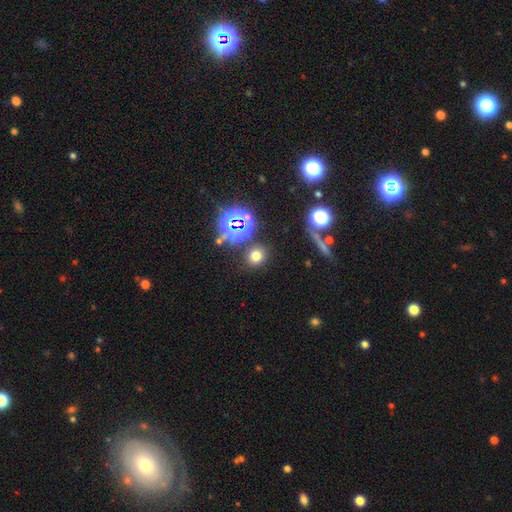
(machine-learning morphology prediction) Smooth or featured? smooth (66%)
How rounded? round (81%)
Merging? none (84%)